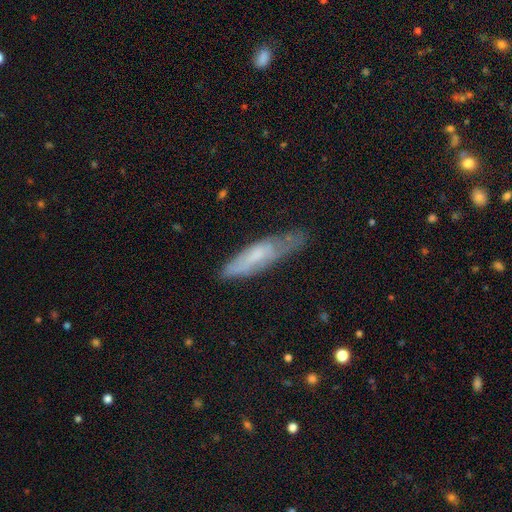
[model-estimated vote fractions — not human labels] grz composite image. It shows a smooth galaxy with no disk features (54%) that is cigar-shaped (68%). Merging: none (52%).